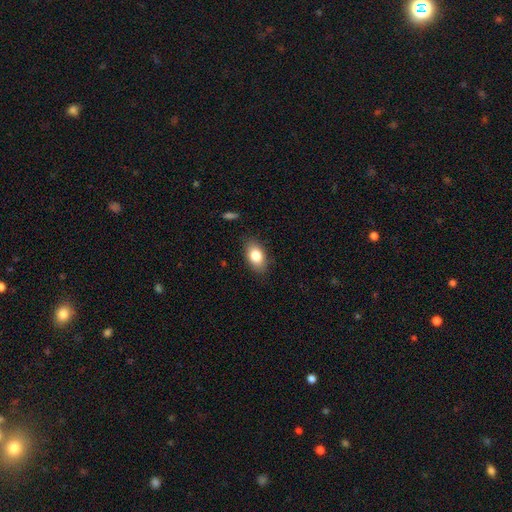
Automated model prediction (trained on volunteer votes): smooth 82%, featured or disk 11%, star or artifact 8%. Down the decision tree: how rounded — in between (88%); merging — none (85%).